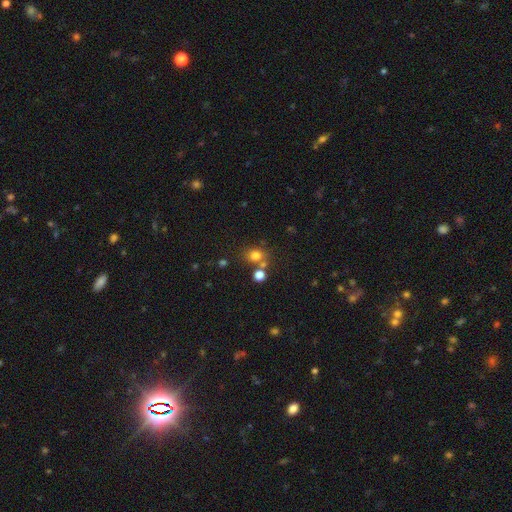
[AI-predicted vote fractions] Q: Smooth or featured?
A: smooth (75%); runner-up: star or artifact (17%)
Q: How rounded?
A: round (72%); runner-up: in between (27%)
Q: Merging?
A: none (63%); runner-up: merger (22%)